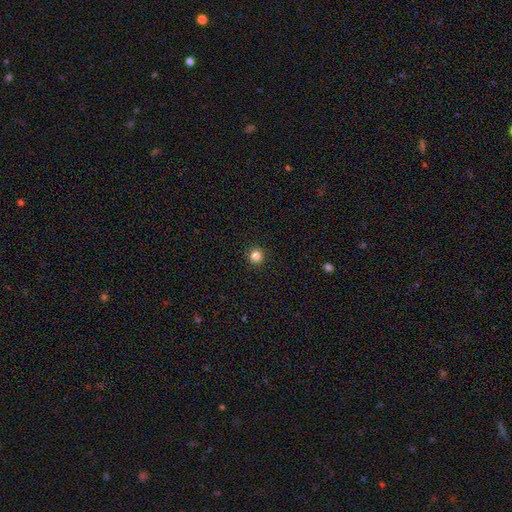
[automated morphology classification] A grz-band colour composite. It shows a smooth galaxy with no disk features (84%) that is round (95%). Merging: none (93%).